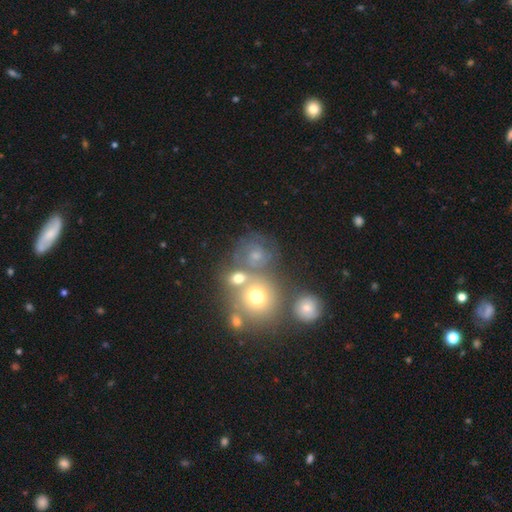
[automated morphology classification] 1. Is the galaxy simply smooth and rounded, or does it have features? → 50% smooth, 33% featured or disk, 17% star or artifact.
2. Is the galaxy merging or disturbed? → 46% none, 31% merger, 13% minor disturbance, 9% major disturbance.